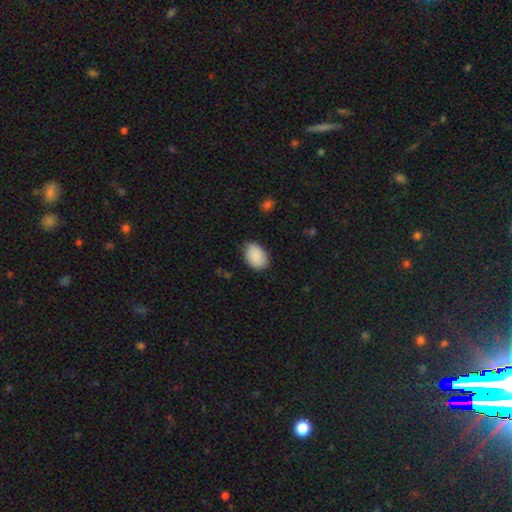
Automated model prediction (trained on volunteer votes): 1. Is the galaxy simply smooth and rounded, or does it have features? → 89% smooth, 6% star or artifact, 4% featured or disk.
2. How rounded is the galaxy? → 84% in between, 15% round, 1% cigar-shaped.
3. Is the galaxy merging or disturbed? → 76% none, 19% minor disturbance, 3% major disturbance, 1% merger.